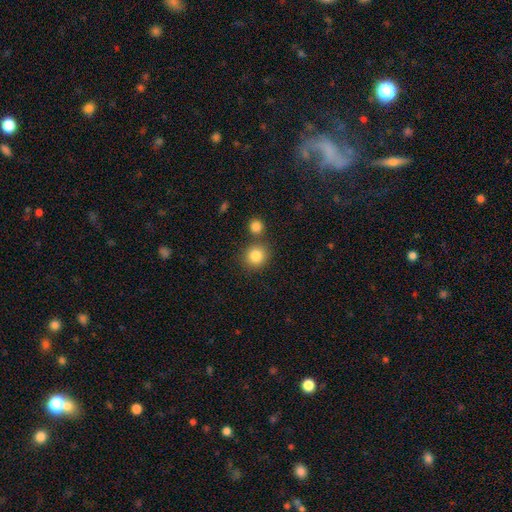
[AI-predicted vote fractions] A smooth galaxy with no disk features (84%) that is round (88%). Merging: none (75%).